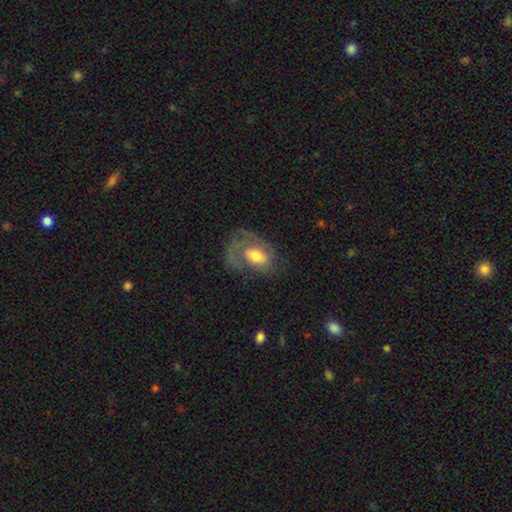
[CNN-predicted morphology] Overall: featured or disk (61%; smooth 32%). Edge-on disk: no (95%). Bar: no (67%). Spiral arms: yes (74%). Bulge size: moderate (61%; large 24%). Merging: none (48%; major disturbance 27%).